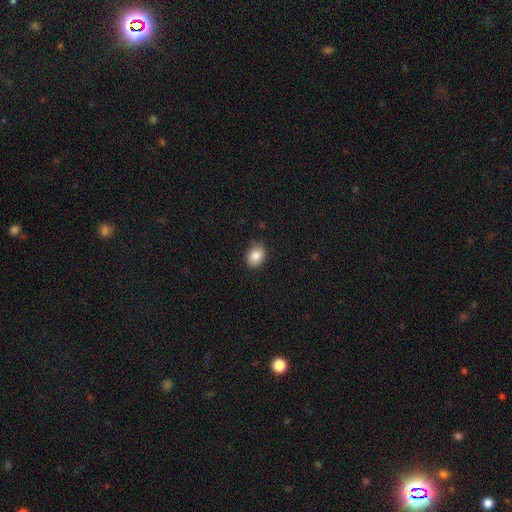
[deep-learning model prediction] smooth 85%, star or artifact 9%, featured or disk 6%. Down the decision tree: how rounded — in between (58%); merging — none (83%).